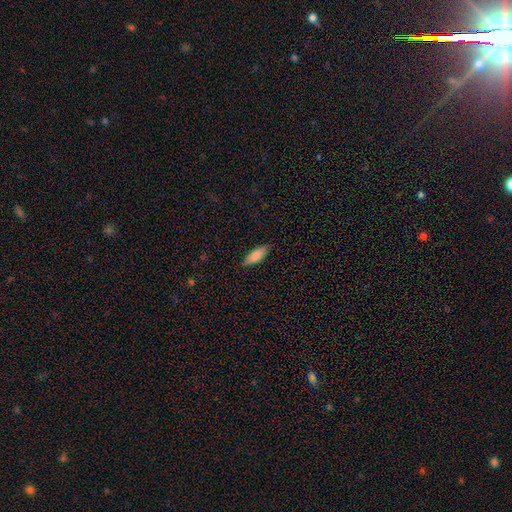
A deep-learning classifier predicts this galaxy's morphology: This appears to be a smooth galaxy with no disk features (86%) that is in between round and cigar-shaped (69%). Merging: none (85%).